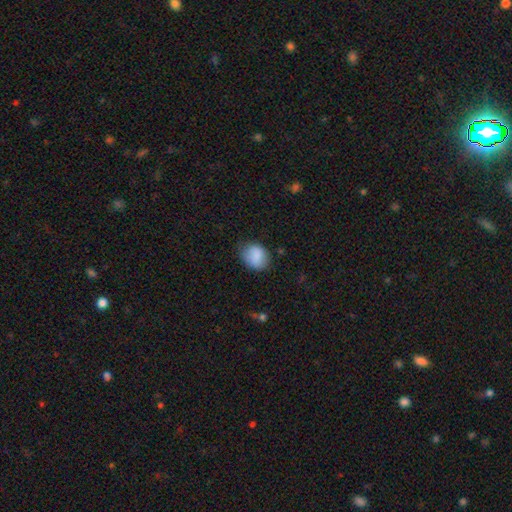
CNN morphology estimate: smooth 85%, featured or disk 8%, star or artifact 8%. Down the decision tree: how rounded — round (52%); merging — none (69%).